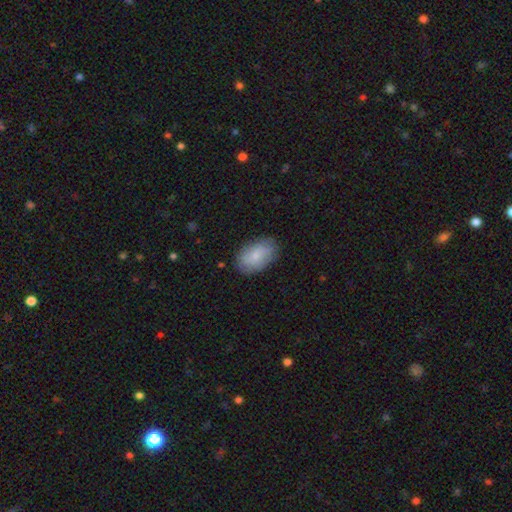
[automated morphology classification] Smooth or featured? smooth (72%)
How rounded? in between (90%)
Merging? none (79%)